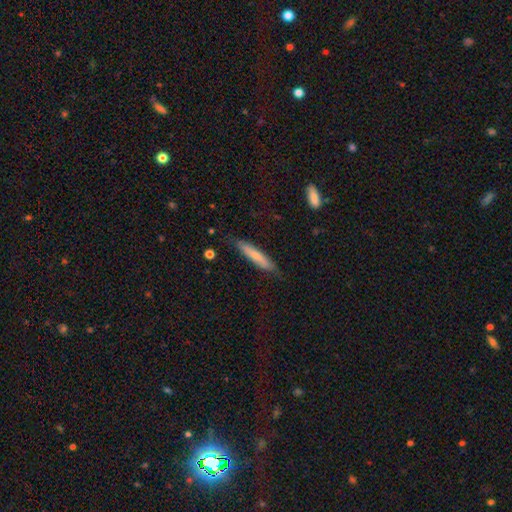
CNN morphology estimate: Smooth or featured? smooth (67%)
How rounded? cigar-shaped (88%)
Merging? none (79%)